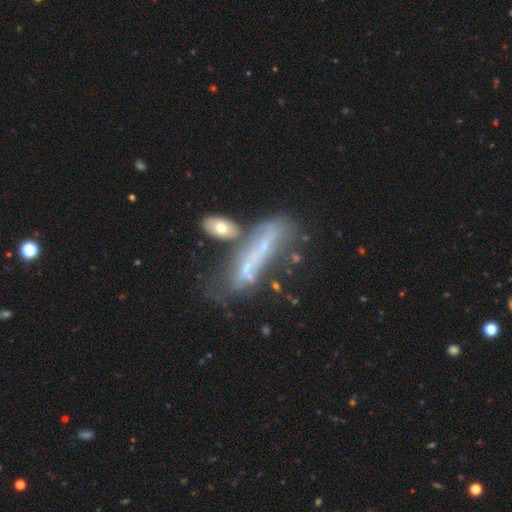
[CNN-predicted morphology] type=featured or disk (57%); edge-on=no (55%); merging=merger (37%).